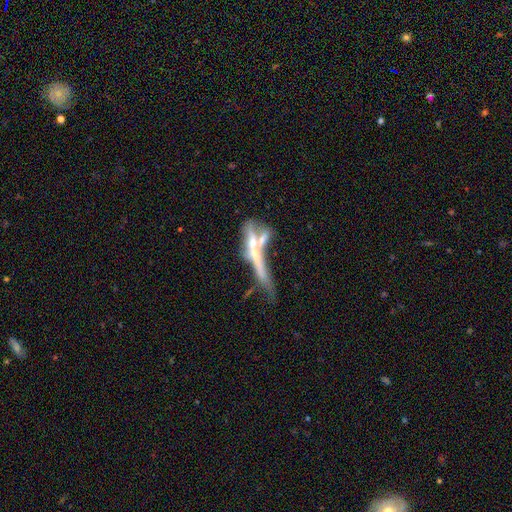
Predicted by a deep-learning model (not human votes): Morphology: type=featured or disk (56%); edge-on=yes (71%); merging=merger (47%).